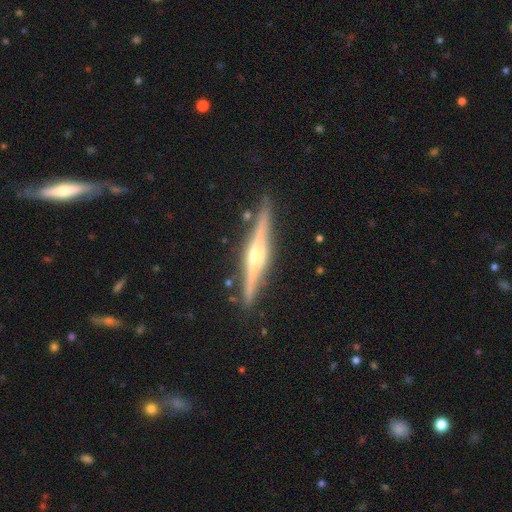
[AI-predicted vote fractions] Morphology: type=featured or disk (82%); edge-on=yes (98%); edge-on bulge=rounded (80%); merging=none (88%).